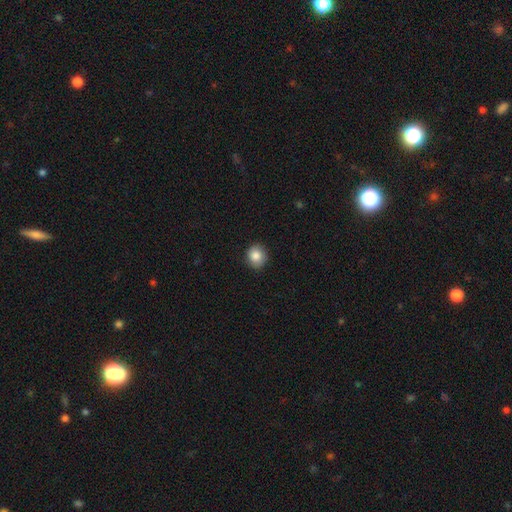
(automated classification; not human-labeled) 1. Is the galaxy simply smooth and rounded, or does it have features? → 85% smooth, 9% star or artifact, 6% featured or disk.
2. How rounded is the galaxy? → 83% round, 16% in between, 1% cigar-shaped.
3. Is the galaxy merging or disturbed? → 87% none, 10% minor disturbance, 2% major disturbance, 1% merger.